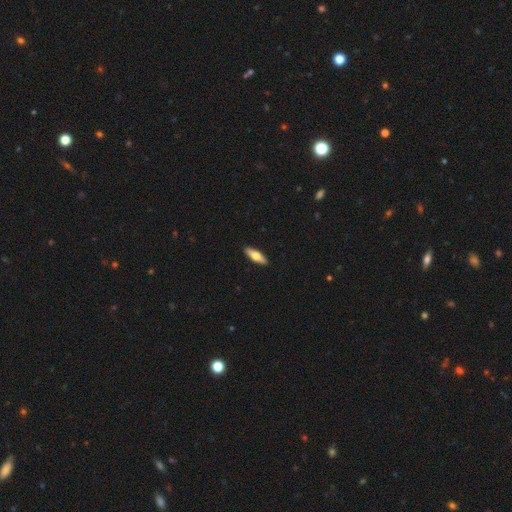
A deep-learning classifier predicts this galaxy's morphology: This appears to be a smooth galaxy with no disk features (65%) that is in between round and cigar-shaped (54%). Merging: none (91%).